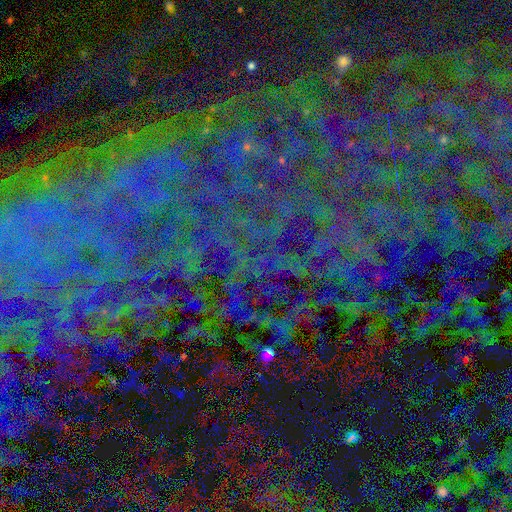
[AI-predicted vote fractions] Morphology: type=star or artifact (82%).